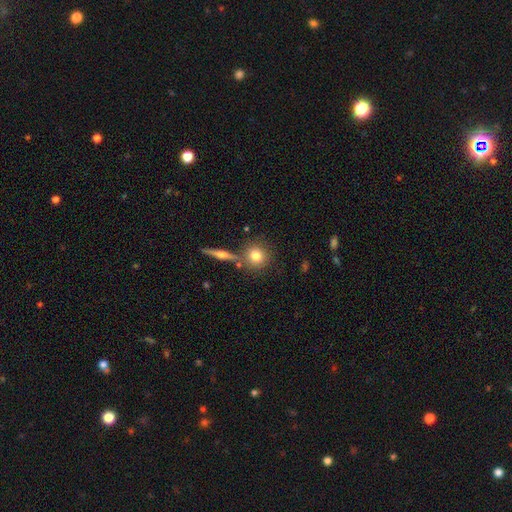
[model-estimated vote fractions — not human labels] A smooth galaxy with no disk features (76%) that is round (88%). Merging: none (72%).